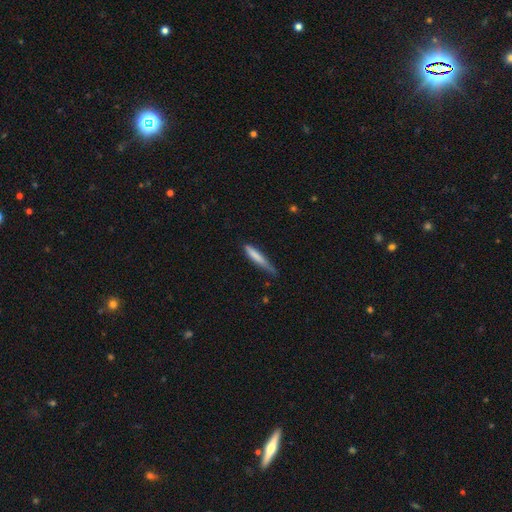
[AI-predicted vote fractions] smooth 76%, featured or disk 18%, star or artifact 6%. Down the decision tree: how rounded — cigar-shaped (92%); merging — none (54%).